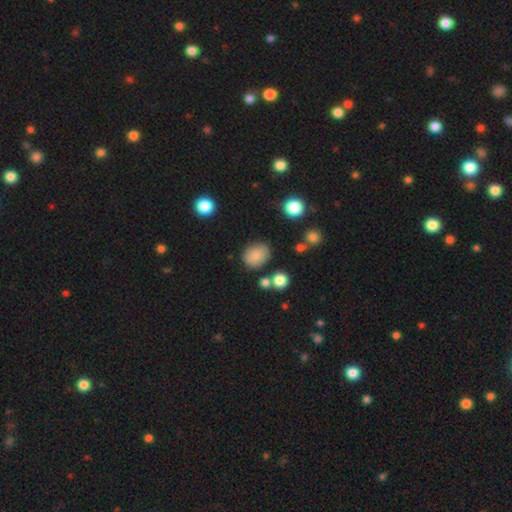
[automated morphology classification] Overall: smooth (81%). How rounded: round (51%; in between 48%). Merging: none (77%).